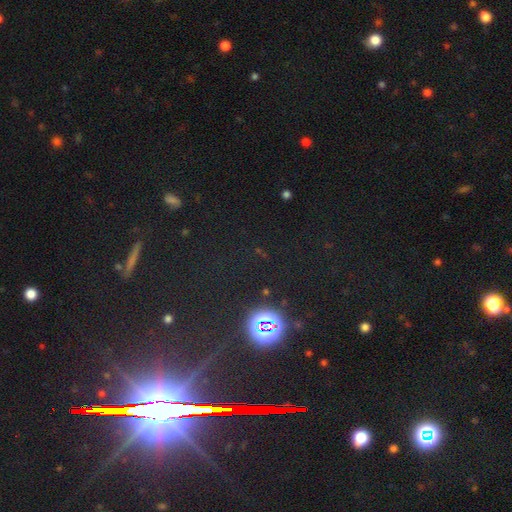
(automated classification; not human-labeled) Overall: star or artifact (81%).